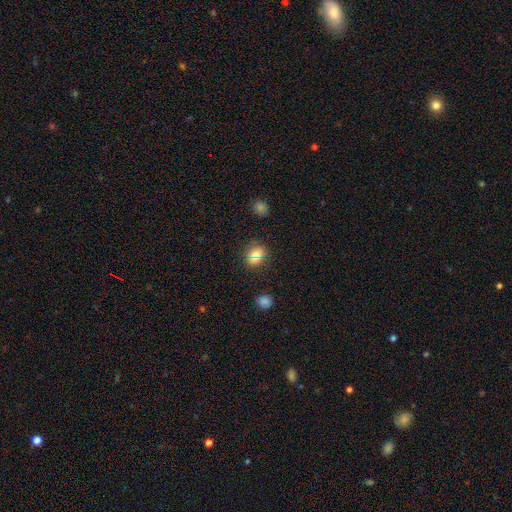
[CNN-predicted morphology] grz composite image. It shows a smooth galaxy with no disk features (68%) that is round (78%). Merging: none (84%).